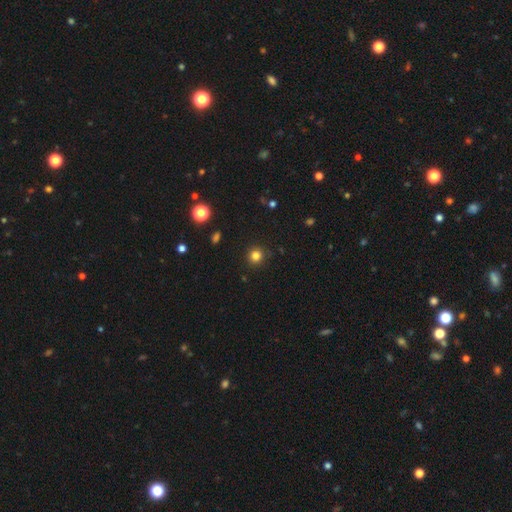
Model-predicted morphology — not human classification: type=smooth (82%); roundness=round (92%); merging=none (89%).